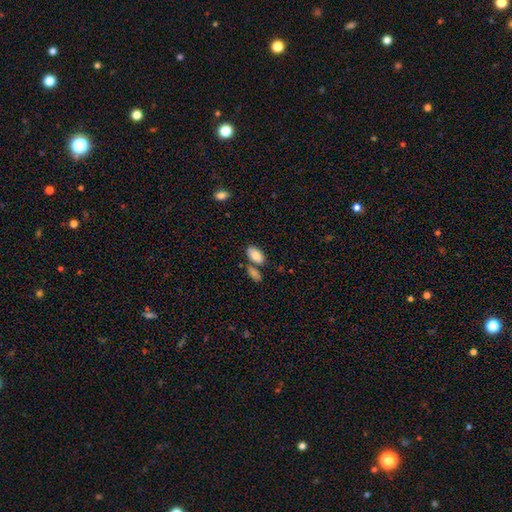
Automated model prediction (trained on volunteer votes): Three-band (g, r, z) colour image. It shows a smooth galaxy with no disk features (85%) that is in between round and cigar-shaped (94%). Merging: none (63%).